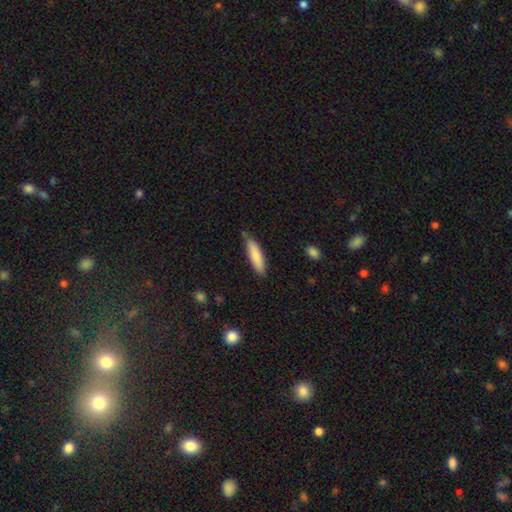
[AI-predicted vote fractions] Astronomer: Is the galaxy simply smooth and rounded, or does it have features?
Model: smooth — 85%.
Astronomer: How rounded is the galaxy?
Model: cigar-shaped — 69%.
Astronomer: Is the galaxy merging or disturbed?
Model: none — 77%.